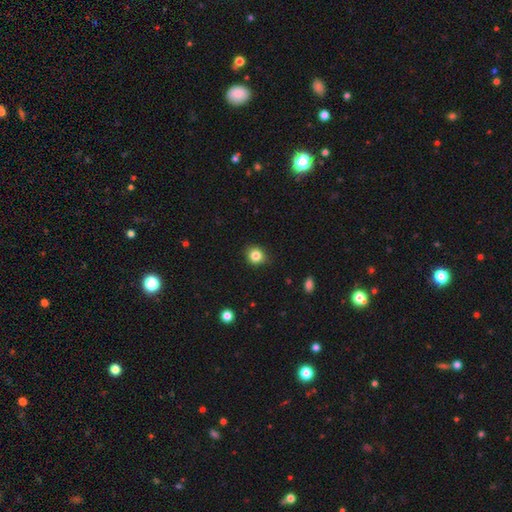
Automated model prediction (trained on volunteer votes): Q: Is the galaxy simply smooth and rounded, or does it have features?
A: smooth — 84%.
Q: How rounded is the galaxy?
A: round — 78%.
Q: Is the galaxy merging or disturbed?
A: none — 85%.